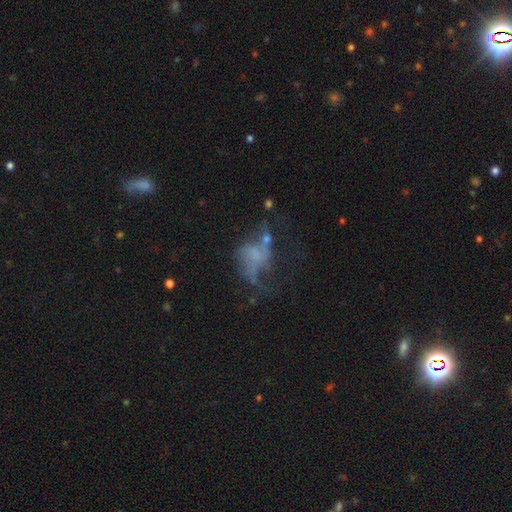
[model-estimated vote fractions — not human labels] Smooth or featured? Predicted: featured or disk (p=0.53). Edge-on disk? Predicted: no (p=0.97). Bar? Predicted: no (p=0.82). Spiral arms? Predicted: no (p=0.70). Bulge size? Predicted: none (p=0.67). Merging? Predicted: major disturbance (p=0.43).